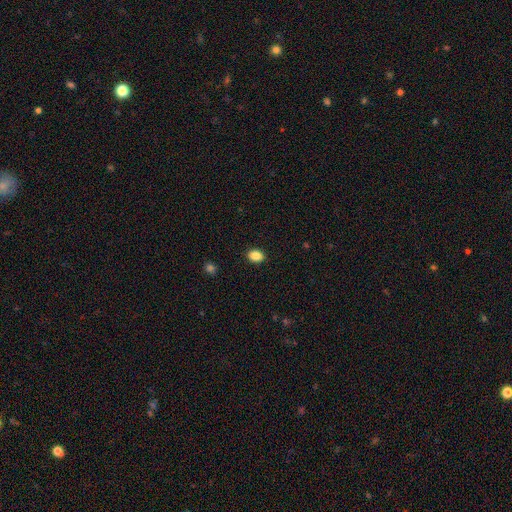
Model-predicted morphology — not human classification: This appears to be a smooth galaxy with no disk features (87%) that is in between round and cigar-shaped (71%). Merging: none (89%).